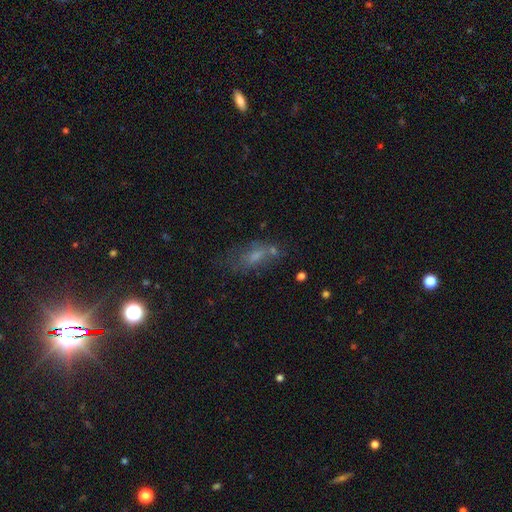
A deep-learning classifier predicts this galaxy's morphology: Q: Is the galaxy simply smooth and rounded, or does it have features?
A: smooth — 47%.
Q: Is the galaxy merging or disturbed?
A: none — 49%.